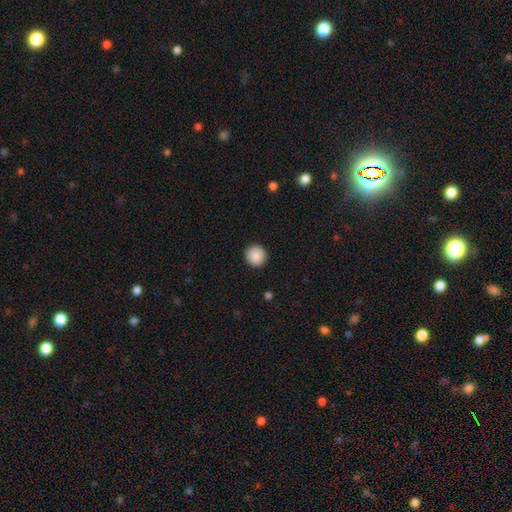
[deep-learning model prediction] smooth-or-featured: smooth: 89% | star or artifact: 8% | featured or disk: 3%
  how-rounded: round: 94% | in between: 5% | cigar-shaped: 1%
  merging: none: 92% | minor disturbance: 5% | major disturbance: 2% | merger: 1%